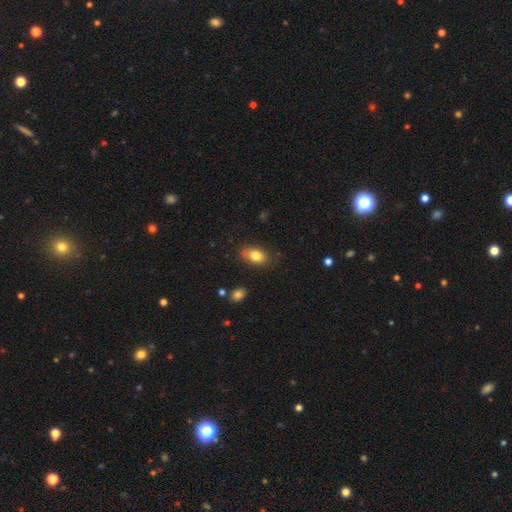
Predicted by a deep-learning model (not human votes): smooth 80%, featured or disk 12%, star or artifact 8%. Down the decision tree: how rounded — in between (87%); merging — none (79%).